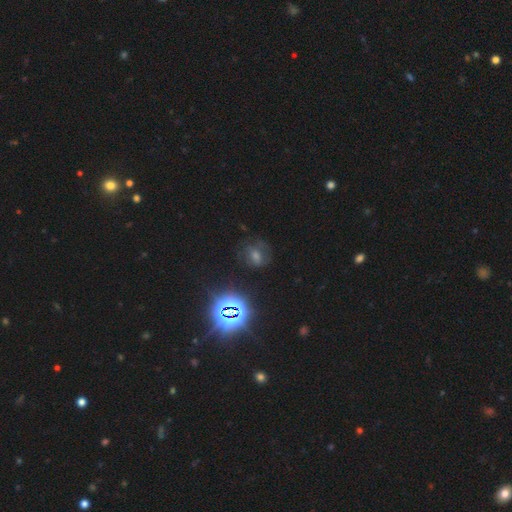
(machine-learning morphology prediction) This is possibly a star or artifact rather than a galaxy (51%).